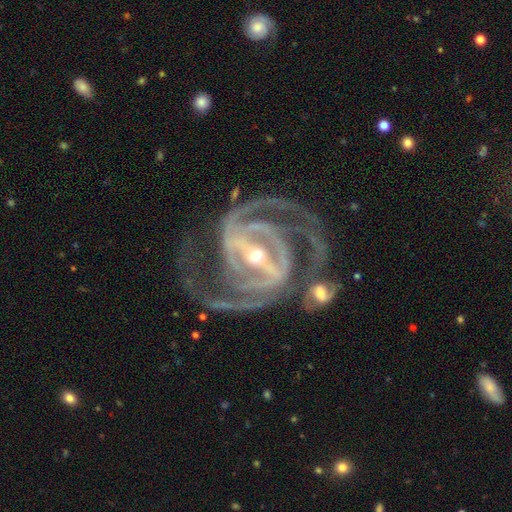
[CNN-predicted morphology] type=featured or disk (94%); edge-on=no (97%); bar=strong (79%); spiral arms=yes (98%); winding=tight (51%); arm count=2 (68%); bulge=small (56%); merging=none (66%).